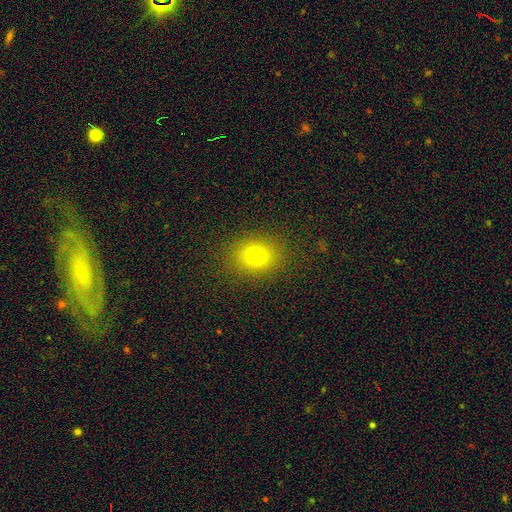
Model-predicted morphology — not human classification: This appears to be a smooth galaxy with no disk features (76%) that is round (62%). Merging: none (87%).